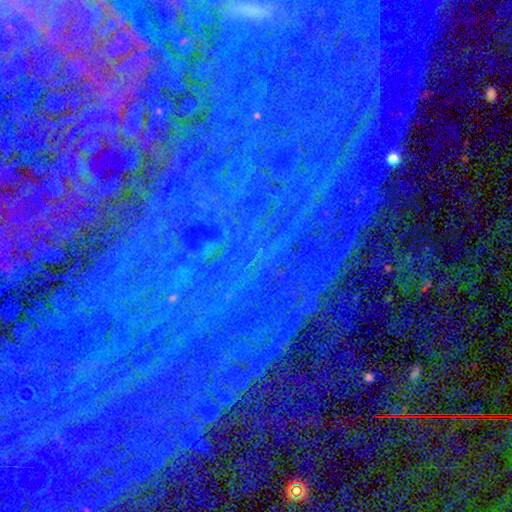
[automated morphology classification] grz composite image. It shows a star or artifact, not a galaxy (86%).